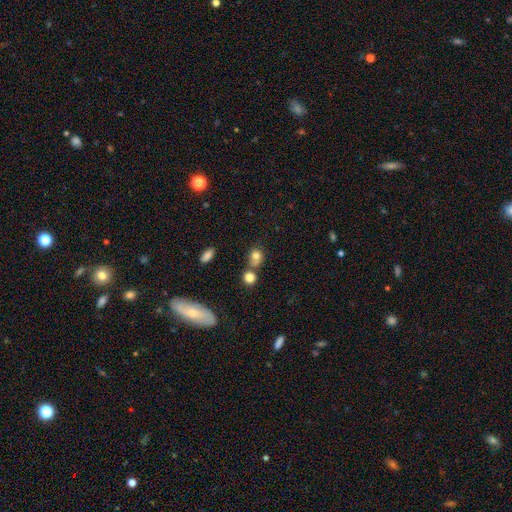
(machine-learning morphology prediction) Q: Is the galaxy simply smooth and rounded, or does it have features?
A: smooth — 76%.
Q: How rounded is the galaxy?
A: round — 68%.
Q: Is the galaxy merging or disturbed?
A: none — 48%.